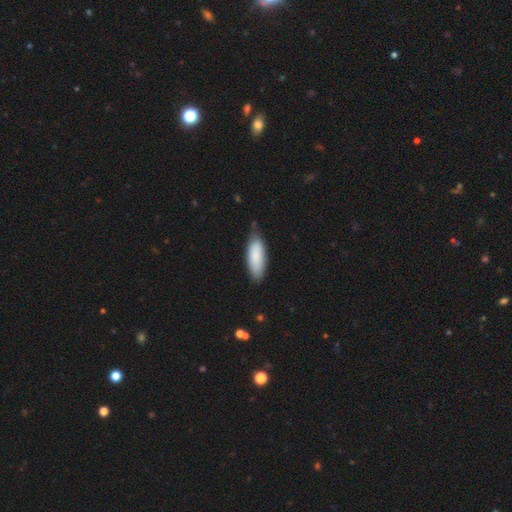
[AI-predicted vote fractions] smooth_or_featured: smooth (p=0.85) [alt: featured or disk p=0.10]
how_rounded: in between (p=0.73) [alt: cigar-shaped p=0.26]
merging: none (p=0.69) [alt: minor disturbance p=0.25]